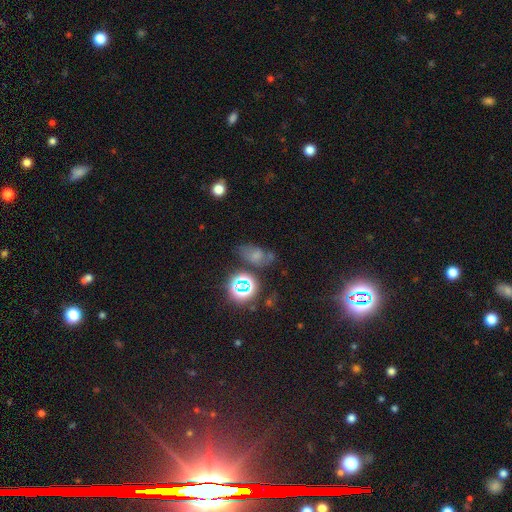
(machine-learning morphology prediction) smooth-or-featured: smooth: 48% | star or artifact: 33% | featured or disk: 19%
  merging: none: 54% | minor disturbance: 23% | major disturbance: 13% | merger: 9%